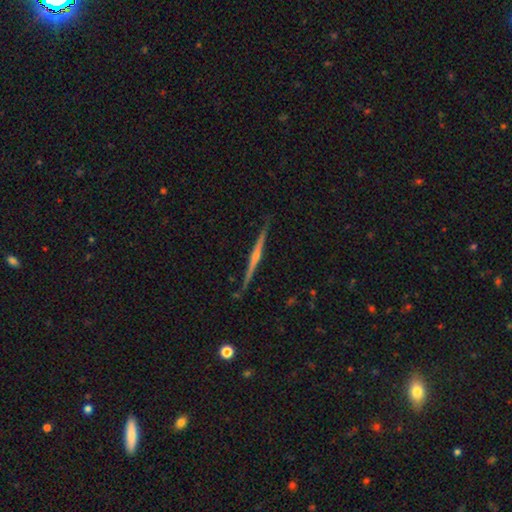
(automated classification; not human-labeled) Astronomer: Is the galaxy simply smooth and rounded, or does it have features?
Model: featured or disk — 79%.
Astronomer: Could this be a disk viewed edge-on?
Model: yes — 98%.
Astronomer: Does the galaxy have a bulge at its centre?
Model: rounded — 74%.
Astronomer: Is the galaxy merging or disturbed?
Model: none — 88%.